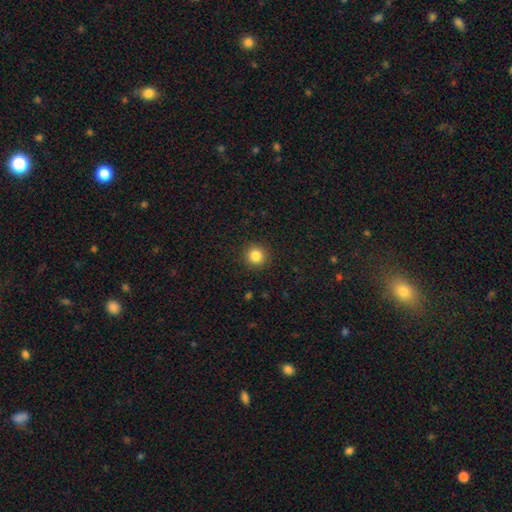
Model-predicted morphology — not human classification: This is clearly a smooth galaxy (85%). How rounded: clearly round (94%). Merging: clearly none (92%).